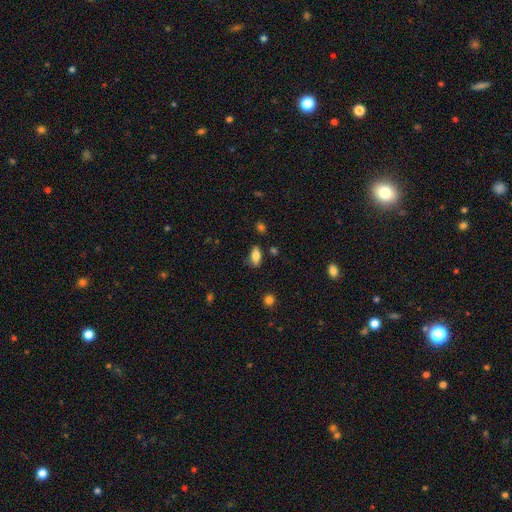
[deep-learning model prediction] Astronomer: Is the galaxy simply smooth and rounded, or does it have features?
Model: smooth — 80%.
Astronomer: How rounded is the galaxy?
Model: in between — 87%.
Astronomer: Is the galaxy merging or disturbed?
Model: none — 77%.